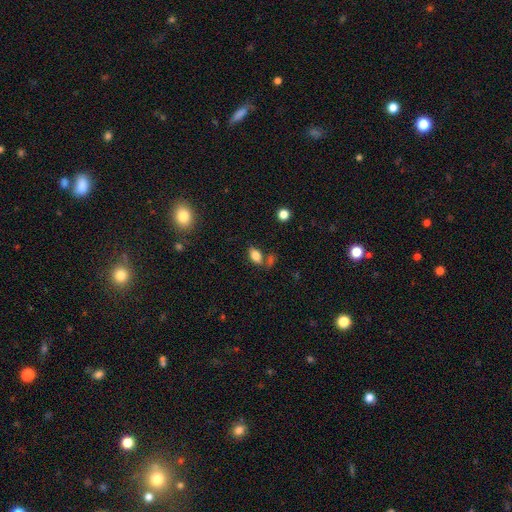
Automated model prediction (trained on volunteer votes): smooth 81%, star or artifact 10%, featured or disk 9%. Down the decision tree: how rounded — in between (88%); merging — none (63%).